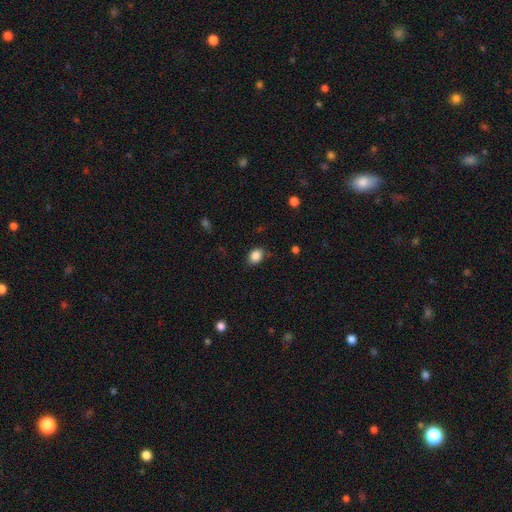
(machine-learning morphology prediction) type=smooth (87%); roundness=in between (63%); merging=none (80%).